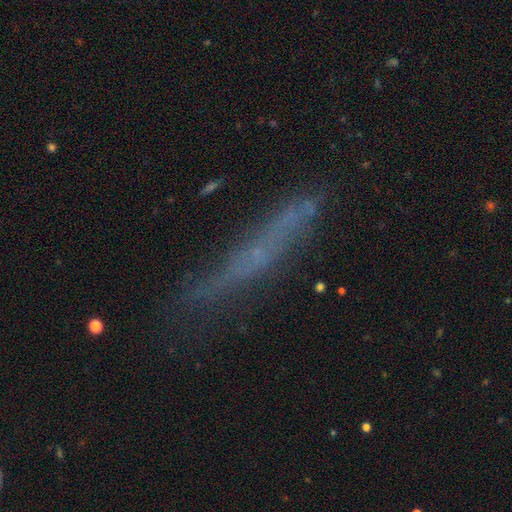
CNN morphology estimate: Smooth or featured?
  - featured or disk: 47% *
  - smooth: 39%
  - star or artifact: 14%
Merging?
  - none: 64% *
  - minor disturbance: 21%
  - major disturbance: 10%
  - merger: 4%